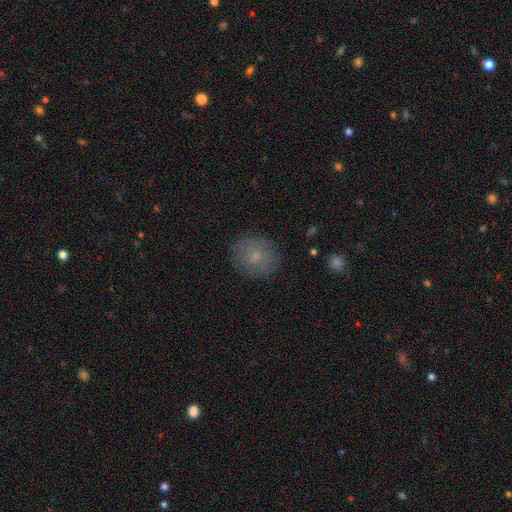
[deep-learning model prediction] Morphology: type=smooth (73%); roundness=round (82%); merging=none (85%).